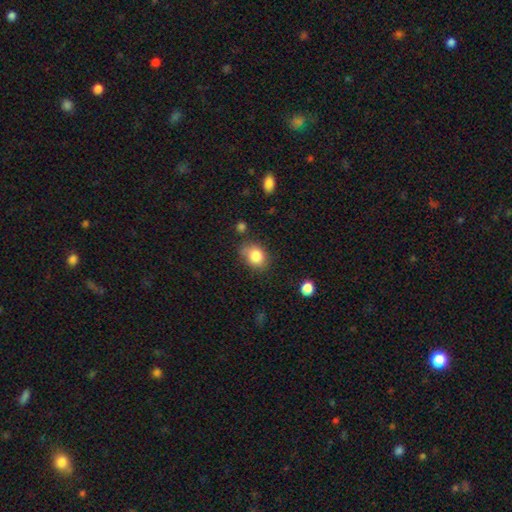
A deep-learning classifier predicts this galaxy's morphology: Smooth or featured: smooth — 84% (star or artifact — 9%)
How rounded: in between — 53% (round — 46%)
Merging: none — 69% (minor disturbance — 22%)